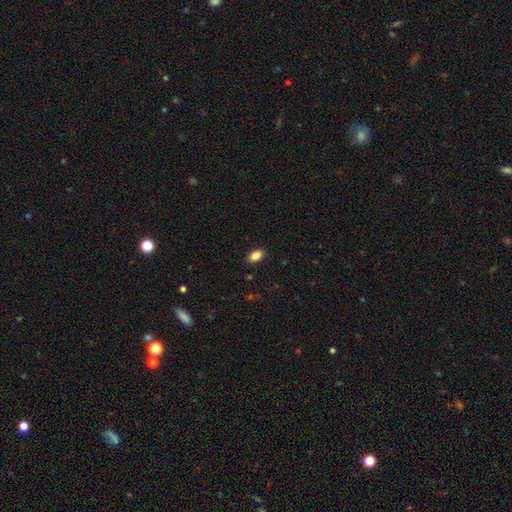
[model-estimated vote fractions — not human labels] Smooth or featured? Predicted: smooth (p=0.87). How rounded? Predicted: in between (p=0.91). Merging? Predicted: none (p=0.88).